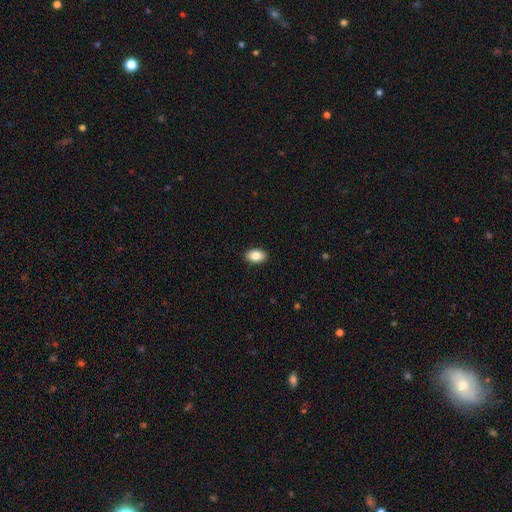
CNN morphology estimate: The model was most divided on "how rounded": in between: 88%, round: 11%, cigar-shaped: 1%. More confident: merging — none (91%); smooth or featured — smooth (86%).